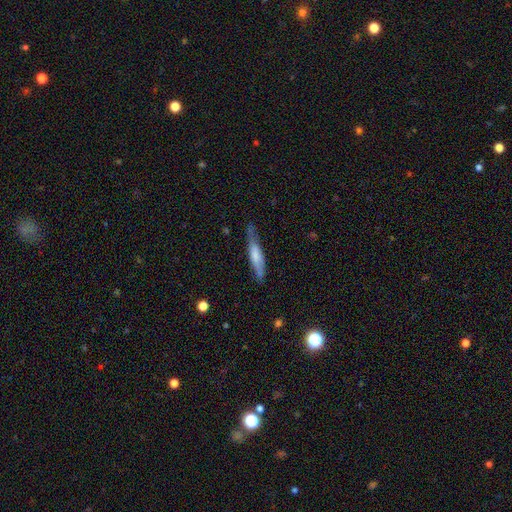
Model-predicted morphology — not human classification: This is possibly a smooth galaxy (56%). How rounded: clearly cigar-shaped (83%). Merging: likely none (69%).